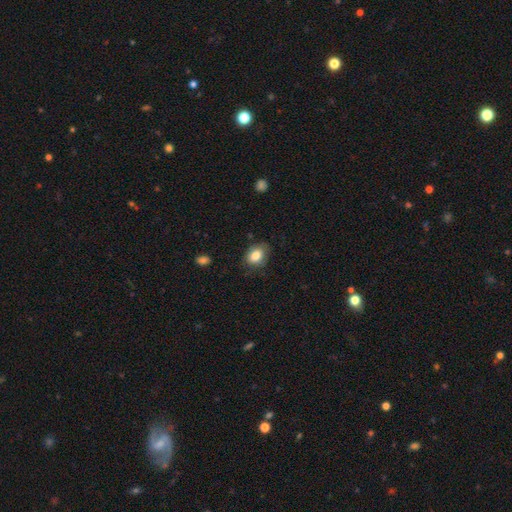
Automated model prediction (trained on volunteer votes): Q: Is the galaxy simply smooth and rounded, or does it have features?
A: smooth — 83%.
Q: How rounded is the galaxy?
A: in between — 65%.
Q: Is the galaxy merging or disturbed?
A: none — 75%.